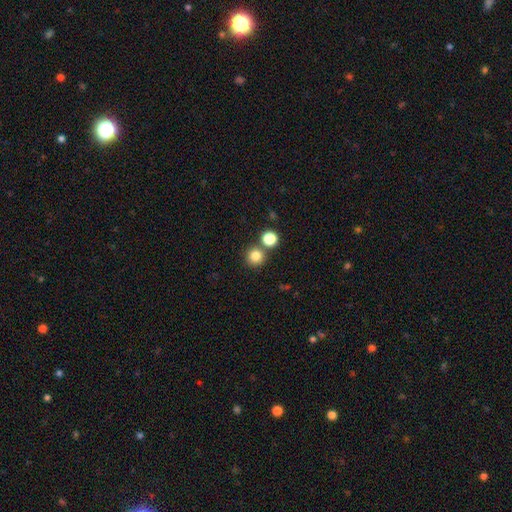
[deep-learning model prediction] Smooth or featured? smooth (82%)
How rounded? round (93%)
Merging? none (72%)